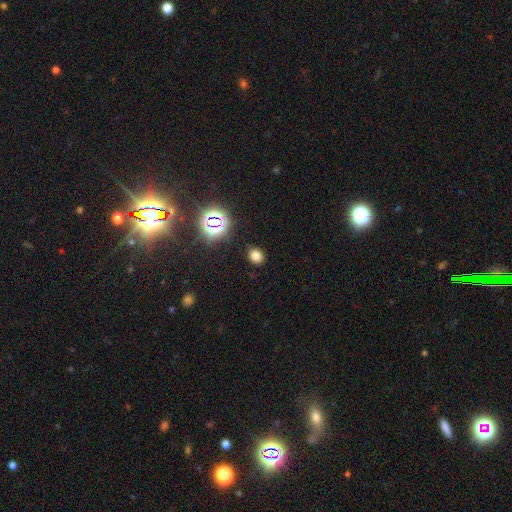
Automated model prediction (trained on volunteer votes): Overall: smooth (73%). How rounded: round (50%; in between 49%). Merging: none (87%).